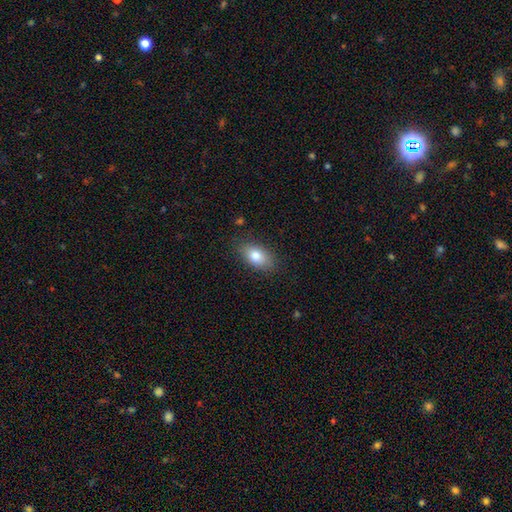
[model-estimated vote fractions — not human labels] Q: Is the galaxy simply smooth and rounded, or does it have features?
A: smooth — 81%.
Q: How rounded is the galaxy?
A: in between — 89%.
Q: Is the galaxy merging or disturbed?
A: none — 83%.